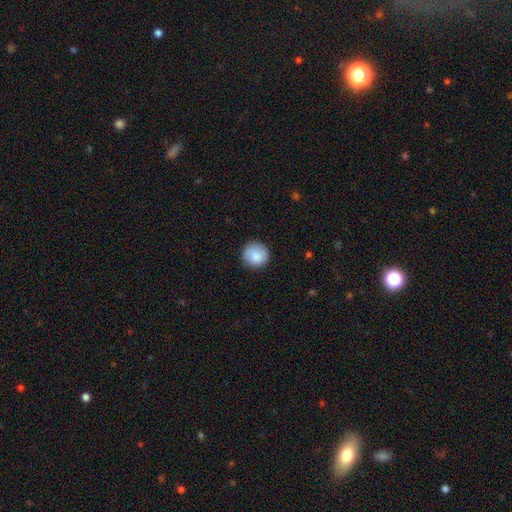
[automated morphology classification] Q: Smooth or featured?
A: smooth (87%); runner-up: star or artifact (7%)
Q: How rounded?
A: round (92%); runner-up: in between (7%)
Q: Merging?
A: none (86%); runner-up: minor disturbance (11%)